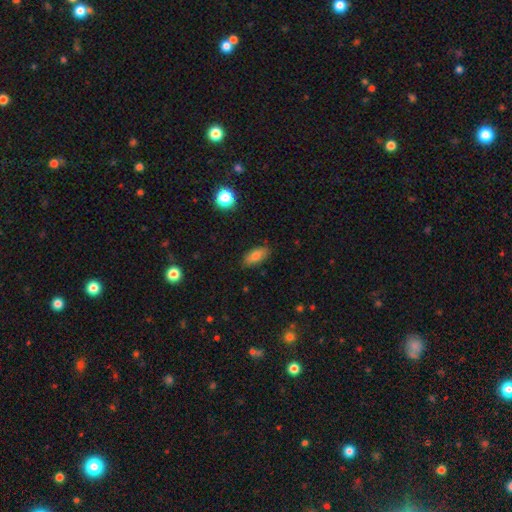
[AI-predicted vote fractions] This appears to be a smooth galaxy with no disk features (80%) that is in between round and cigar-shaped (88%). Merging: none (84%).